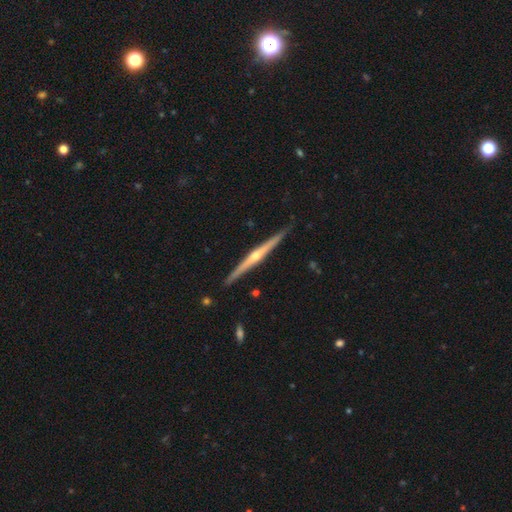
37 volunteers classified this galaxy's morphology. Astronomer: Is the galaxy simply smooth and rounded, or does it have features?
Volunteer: featured or disk — 78%.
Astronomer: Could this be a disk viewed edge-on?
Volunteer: yes — 93%.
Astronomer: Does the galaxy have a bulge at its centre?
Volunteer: rounded — 96%.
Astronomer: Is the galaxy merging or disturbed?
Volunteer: none — 94%.